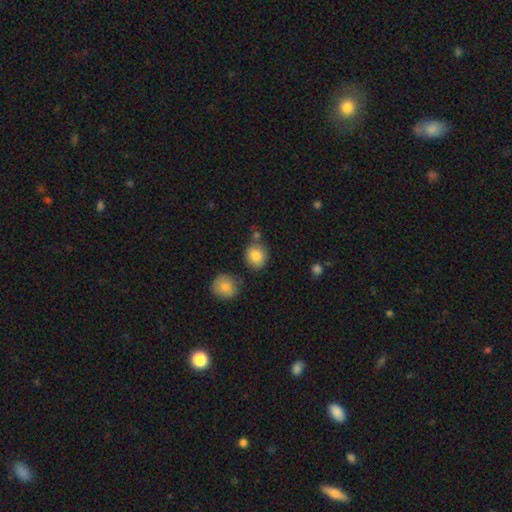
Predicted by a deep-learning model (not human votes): Overall: smooth (85%). How rounded: round (78%). Merging: none (72%).